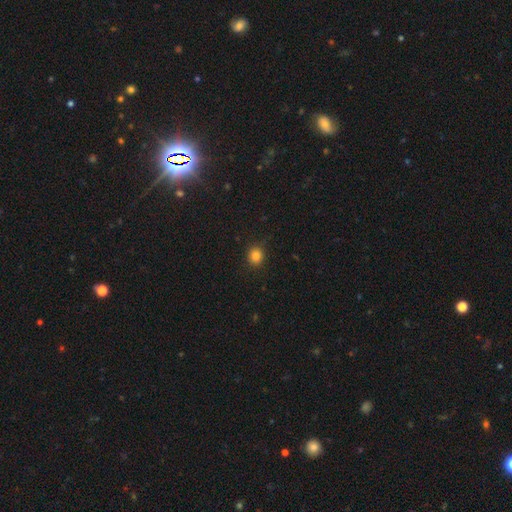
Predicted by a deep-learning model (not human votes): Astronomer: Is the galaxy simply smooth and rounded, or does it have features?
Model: smooth — 84%.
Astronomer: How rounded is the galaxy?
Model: round — 84%.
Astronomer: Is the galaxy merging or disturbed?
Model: none — 89%.